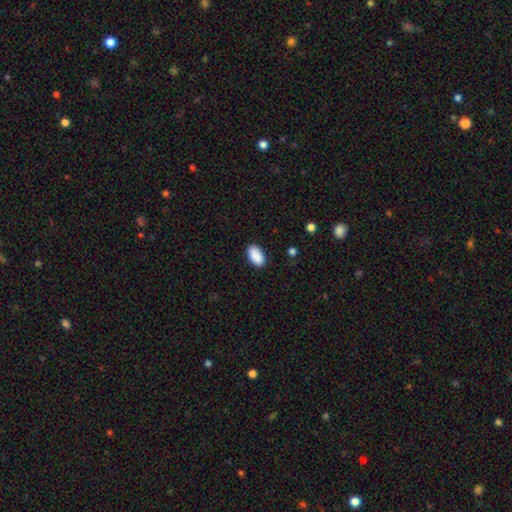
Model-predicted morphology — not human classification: Q: Smooth or featured?
A: smooth (91%); runner-up: star or artifact (7%)
Q: How rounded?
A: in between (95%); runner-up: round (3%)
Q: Merging?
A: none (88%); runner-up: minor disturbance (9%)